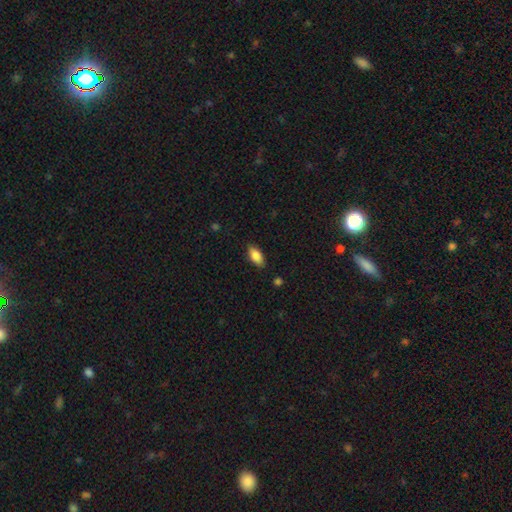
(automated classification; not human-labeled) smooth_or_featured: smooth (p=0.85) [alt: featured or disk p=0.08]
how_rounded: in between (p=0.90) [alt: cigar-shaped p=0.07]
merging: none (p=0.85) [alt: minor disturbance p=0.12]